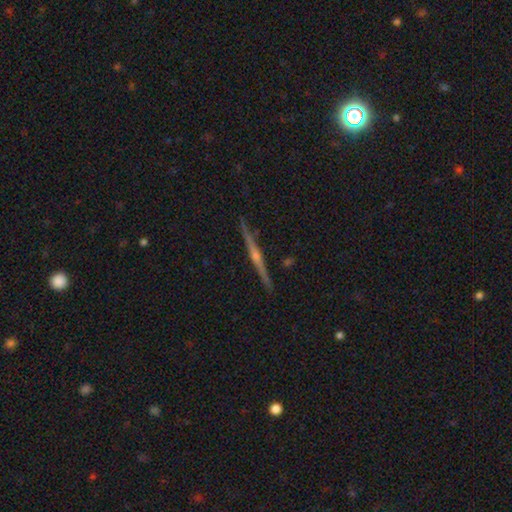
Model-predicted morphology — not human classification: The model was most divided on "smooth or featured": featured or disk: 79%, smooth: 12%, star or artifact: 9%. More confident: edge-on disk — yes (98%); merging — none (92%); edge-on bulge — rounded (81%).